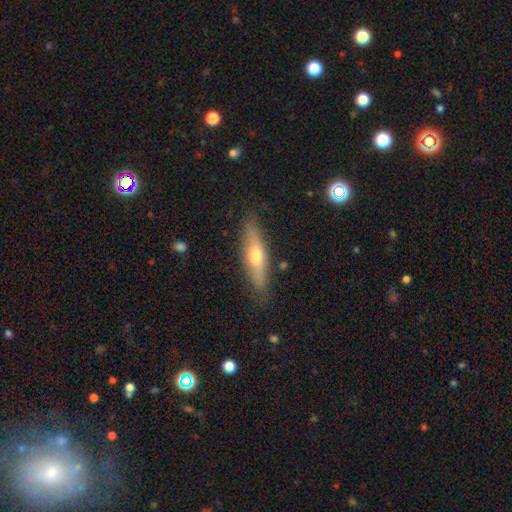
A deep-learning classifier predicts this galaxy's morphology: smooth 51%, featured or disk 43%, star or artifact 6%. Down the decision tree: how rounded — cigar-shaped (73%); merging — none (84%).